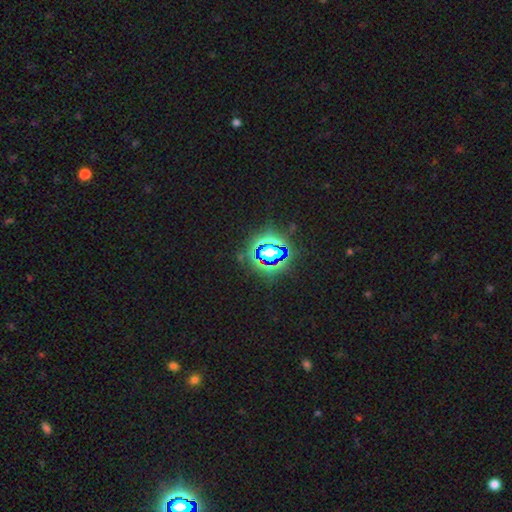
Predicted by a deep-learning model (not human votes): A star or artifact, not a galaxy (81%).

Vote fractions:
- Smooth or featured? star or artifact: 81% / smooth: 12% / featured or disk: 6%